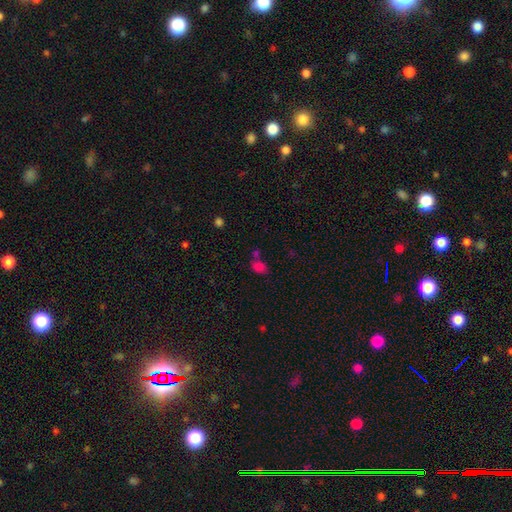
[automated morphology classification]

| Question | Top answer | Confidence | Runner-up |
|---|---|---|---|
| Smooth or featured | smooth | 73% | star or artifact (20%) |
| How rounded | in between | 65% | round (33%) |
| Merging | none | 49% | merger (30%) |